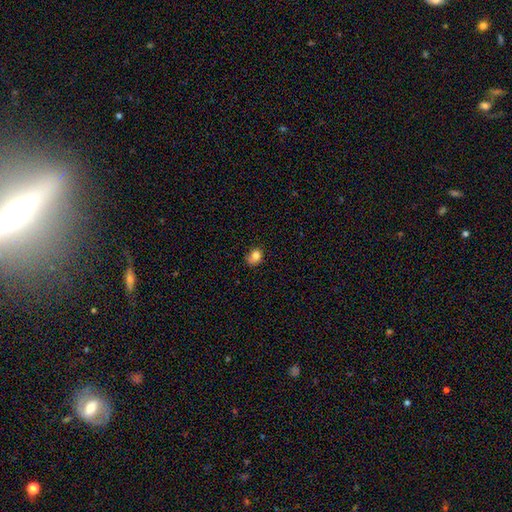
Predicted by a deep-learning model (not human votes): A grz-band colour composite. It shows a smooth galaxy with no disk features (81%) that is round (55%). Merging: none (58%).